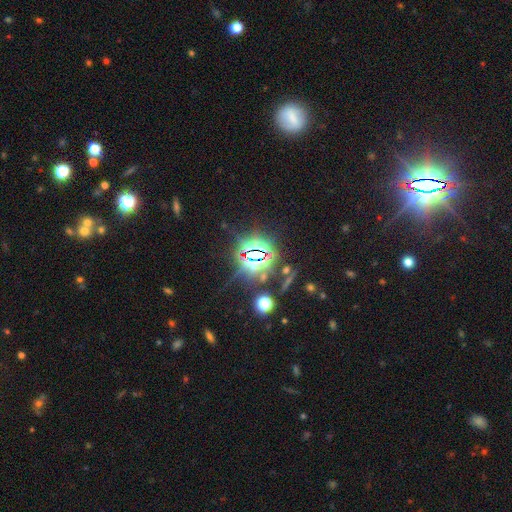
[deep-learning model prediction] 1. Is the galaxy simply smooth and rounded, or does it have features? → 80% star or artifact, 11% smooth, 9% featured or disk.